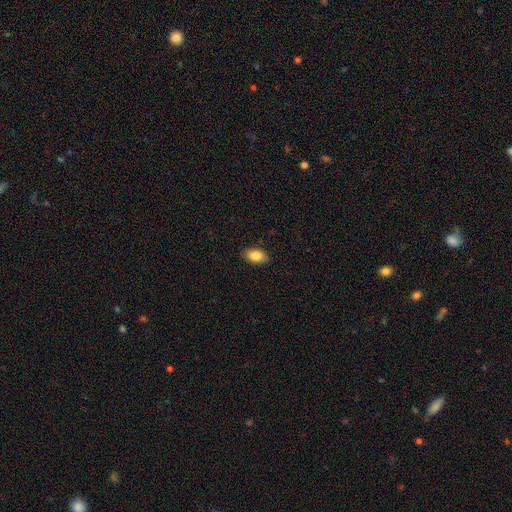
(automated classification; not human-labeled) smooth-or-featured: smooth: 85% | featured or disk: 8% | star or artifact: 7%
  how-rounded: in between: 91% | round: 6% | cigar-shaped: 3%
  merging: none: 87% | minor disturbance: 10% | major disturbance: 2% | merger: 1%